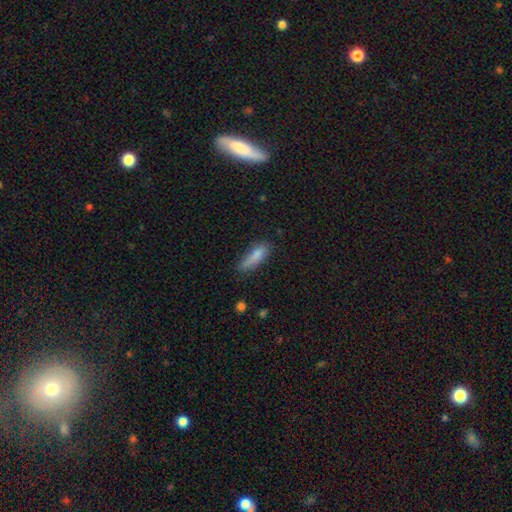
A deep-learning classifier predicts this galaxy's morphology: Smooth or featured? smooth (82%)
How rounded? cigar-shaped (54%)
Merging? none (58%)